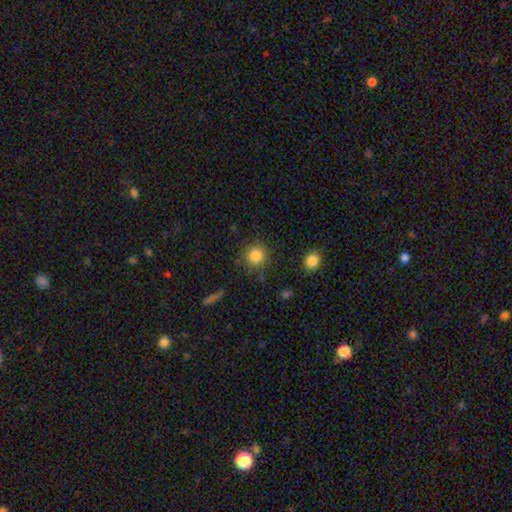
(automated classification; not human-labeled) Smooth or featured?
  - smooth: 83% *
  - star or artifact: 11%
  - featured or disk: 6%
How rounded?
  - round: 92% *
  - in between: 7%
  - cigar-shaped: 1%
Merging?
  - none: 82% *
  - minor disturbance: 11%
  - major disturbance: 4%
  - merger: 3%